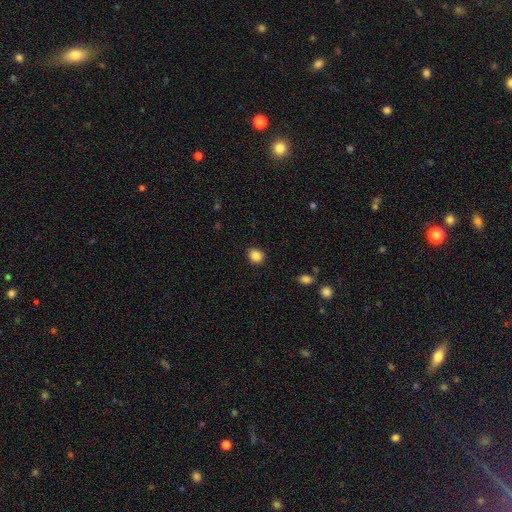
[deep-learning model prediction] The model was most divided on "how rounded": round: 66%, in between: 33%, cigar-shaped: 1%. More confident: merging — none (90%); smooth or featured — smooth (86%).